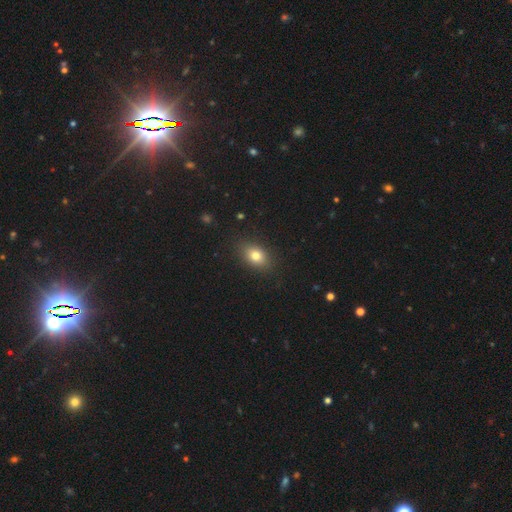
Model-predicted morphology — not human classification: Smooth or featured? Predicted: smooth (p=0.78). How rounded? Predicted: in between (p=0.77). Merging? Predicted: none (p=0.86).